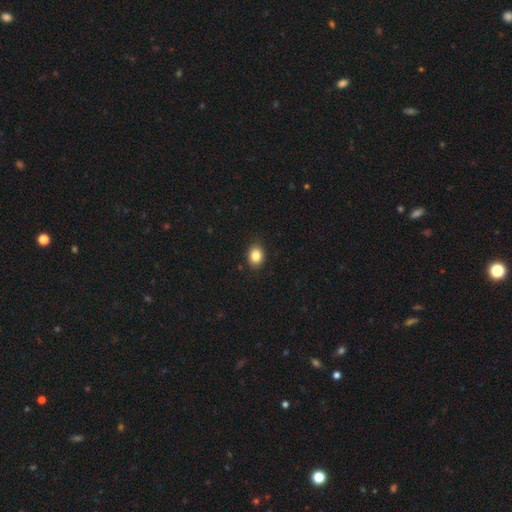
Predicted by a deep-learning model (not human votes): Q: Smooth or featured?
A: smooth (85%); runner-up: star or artifact (10%)
Q: How rounded?
A: in between (52%); runner-up: round (47%)
Q: Merging?
A: none (89%); runner-up: minor disturbance (8%)